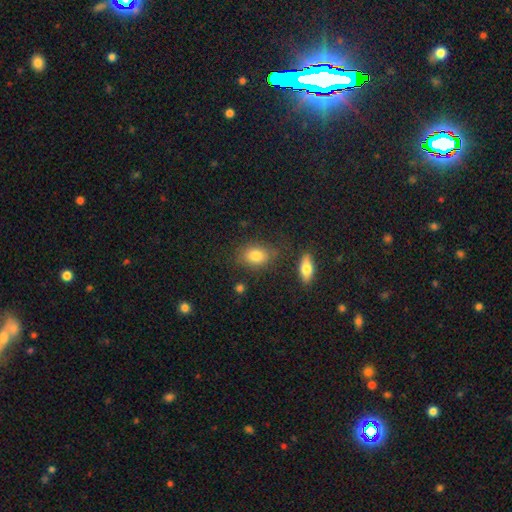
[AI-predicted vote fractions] This is clearly a smooth galaxy (82%). How rounded: likely in between (77%). Merging: likely none (73%).